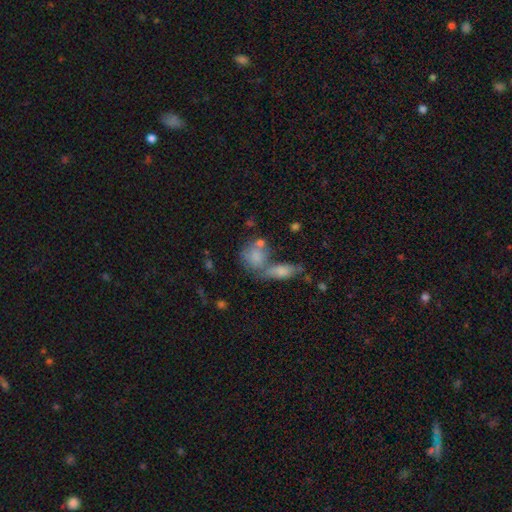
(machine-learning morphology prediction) Smooth or featured?
  - smooth: 75% *
  - featured or disk: 15%
  - star or artifact: 10%
How rounded?
  - in between: 52% *
  - round: 44%
  - cigar-shaped: 4%
Merging?
  - merger: 47% *
  - none: 30%
  - minor disturbance: 13%
  - major disturbance: 9%